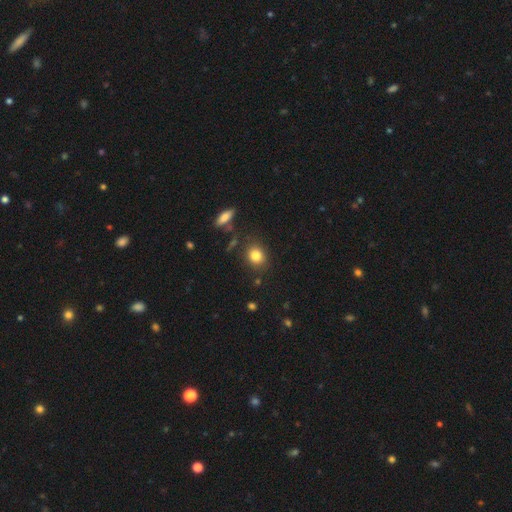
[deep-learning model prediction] Smooth or featured: smooth — 82% (star or artifact — 11%)
How rounded: round — 67% (in between — 32%)
Merging: none — 82% (minor disturbance — 10%)